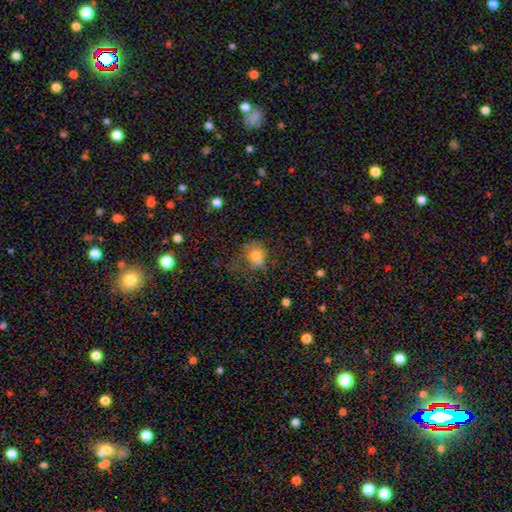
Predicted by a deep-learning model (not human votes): A smooth galaxy with no disk features (69%) that is round (58%). Merging: none (36%).